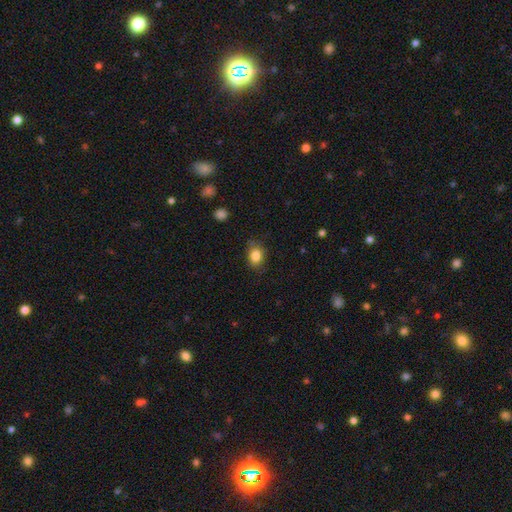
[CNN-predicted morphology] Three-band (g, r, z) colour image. It shows a smooth galaxy with no disk features (84%) that is in between round and cigar-shaped (58%). Merging: none (75%).